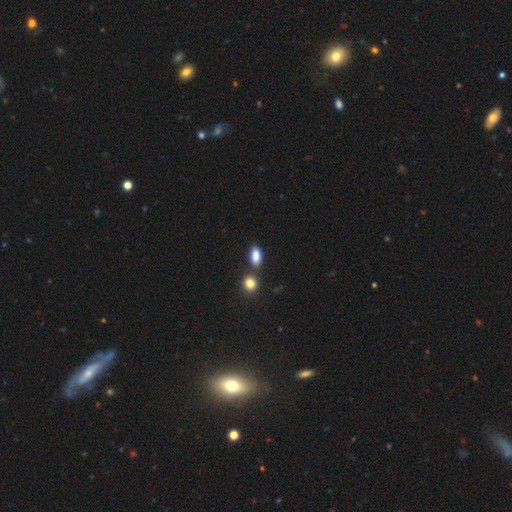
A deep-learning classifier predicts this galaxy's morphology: smooth_or_featured: smooth (p=0.86) [alt: star or artifact p=0.09]
how_rounded: in between (p=0.85) [alt: round p=0.09]
merging: none (p=0.70) [alt: merger p=0.14]